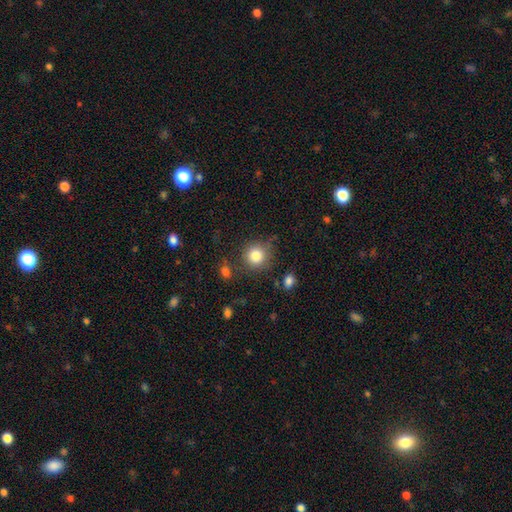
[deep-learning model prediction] Smooth or featured? Predicted: smooth (p=0.83). How rounded? Predicted: round (p=0.92). Merging? Predicted: none (p=0.78).